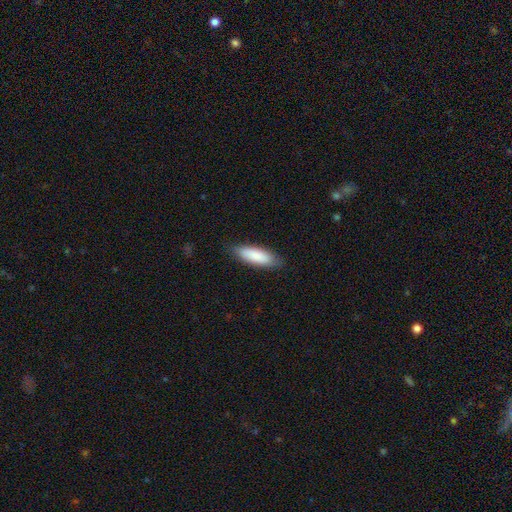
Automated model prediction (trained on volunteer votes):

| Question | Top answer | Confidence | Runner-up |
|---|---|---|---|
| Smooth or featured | smooth | 86% | featured or disk (9%) |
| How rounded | in between | 54% | cigar-shaped (44%) |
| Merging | none | 84% | minor disturbance (12%) |